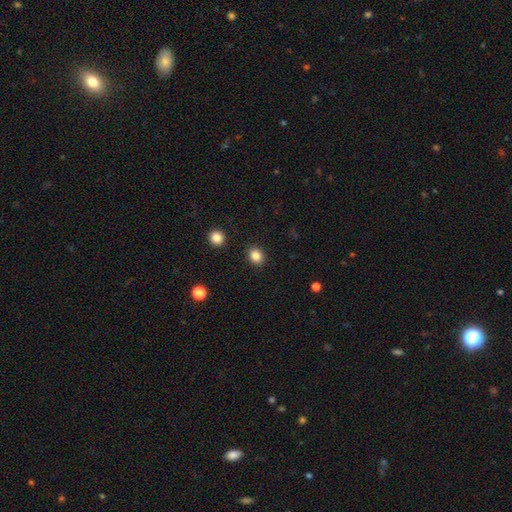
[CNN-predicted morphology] Q: Smooth or featured?
A: smooth (86%); runner-up: star or artifact (10%)
Q: How rounded?
A: round (60%); runner-up: in between (39%)
Q: Merging?
A: none (90%); runner-up: minor disturbance (6%)